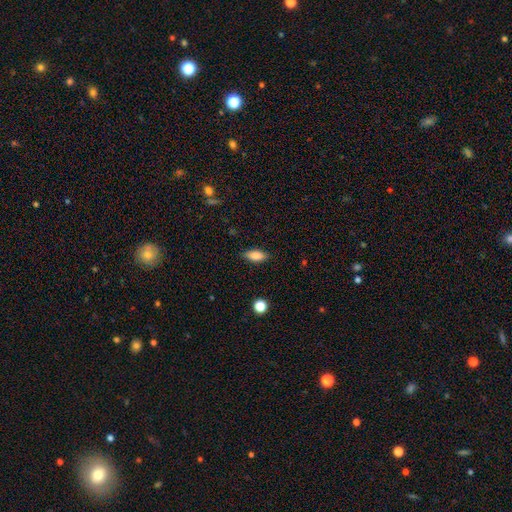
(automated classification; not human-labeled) This appears to be a smooth galaxy with no disk features (86%) that is in between round and cigar-shaped (83%). Merging: none (86%).